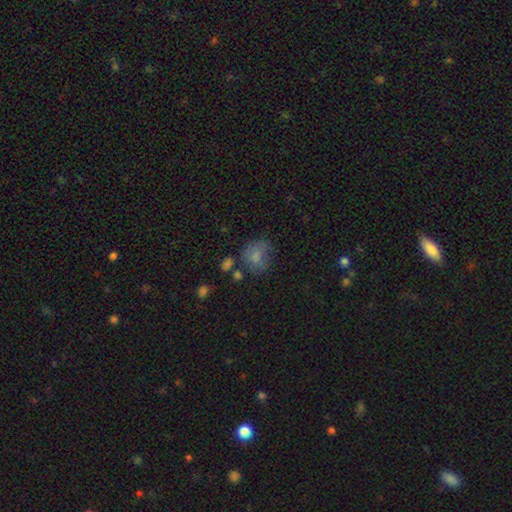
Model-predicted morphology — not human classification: Smooth or featured: smooth — 73% (featured or disk — 15%)
How rounded: round — 61% (in between — 38%)
Merging: none — 46% (minor disturbance — 27%)